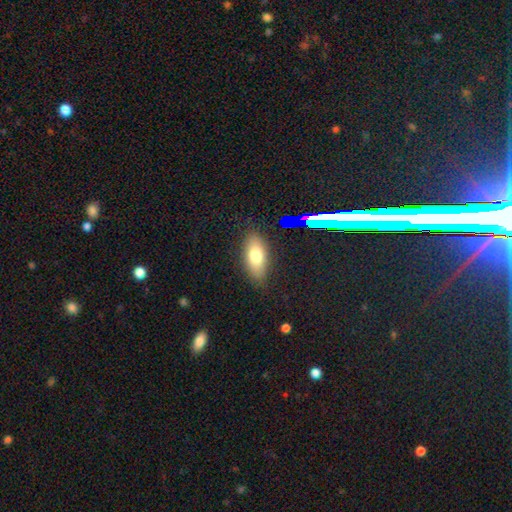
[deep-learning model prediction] smooth-or-featured: smooth: 72% | featured or disk: 17% | star or artifact: 11%
  how-rounded: in between: 84% | cigar-shaped: 12% | round: 4%
  merging: none: 85% | minor disturbance: 11% | major disturbance: 3% | merger: 2%